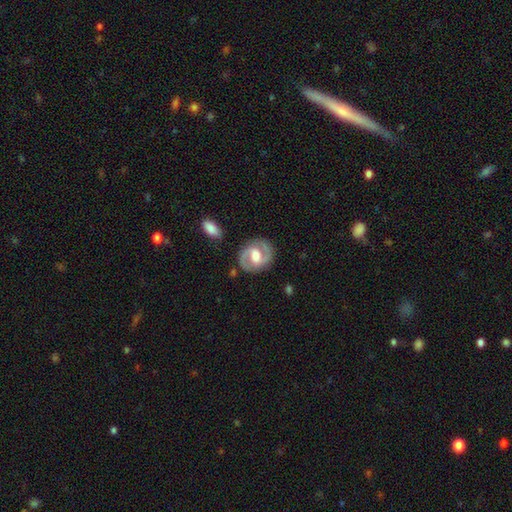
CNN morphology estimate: Smooth or featured: featured or disk — 79% (smooth — 16%)
Edge-on disk: no — 97% (yes — 3%)
Bar: weak — 47% (strong — 31%)
Spiral arms: yes — 89% (no — 11%)
Spiral winding: medium — 52% (tight — 35%)
Spiral arm count: 2 — 90% (can't tell — 5%)
Bulge size: moderate — 61% (large — 24%)
Merging: none — 82% (minor disturbance — 12%)